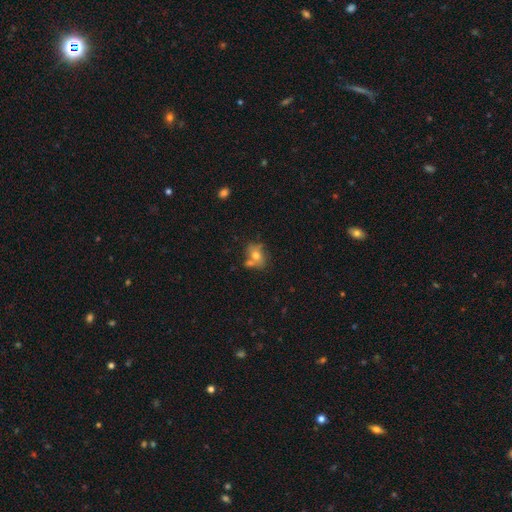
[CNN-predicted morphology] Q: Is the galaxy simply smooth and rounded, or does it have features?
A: smooth — 68%.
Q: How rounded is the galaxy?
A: in between — 60%.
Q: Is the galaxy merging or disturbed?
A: none — 49%.